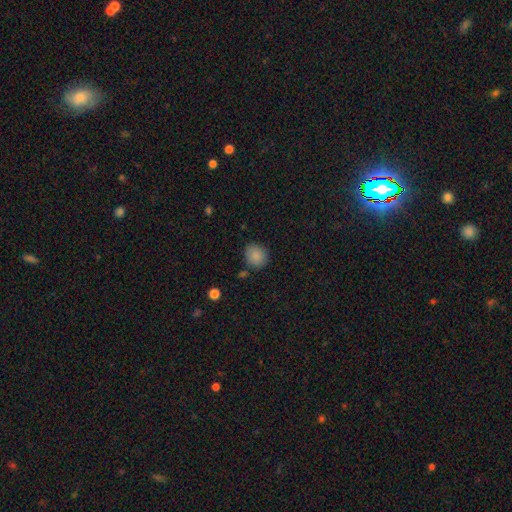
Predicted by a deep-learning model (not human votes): A smooth galaxy with no disk features (87%) that is round (76%).

Vote fractions:
- Smooth or featured? smooth: 87% / star or artifact: 9% / featured or disk: 4%
- How rounded? round: 76% / in between: 23% / cigar-shaped: 1%
- Merging? none: 80% / minor disturbance: 12% / merger: 4% / major disturbance: 3%